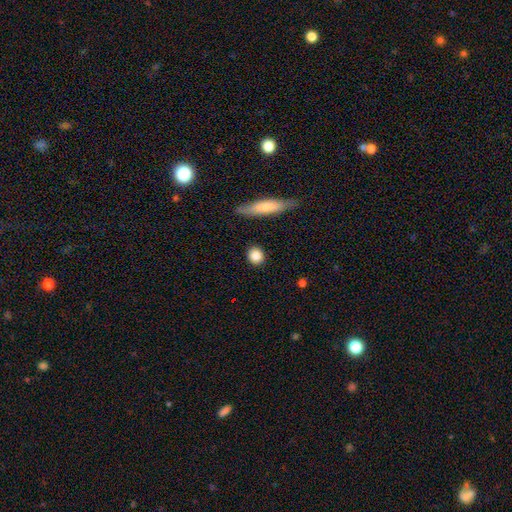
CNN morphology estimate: The model was most divided on "how rounded": round: 82%, in between: 14%, cigar-shaped: 4%. More confident: merging — none (88%); smooth or featured — smooth (86%).